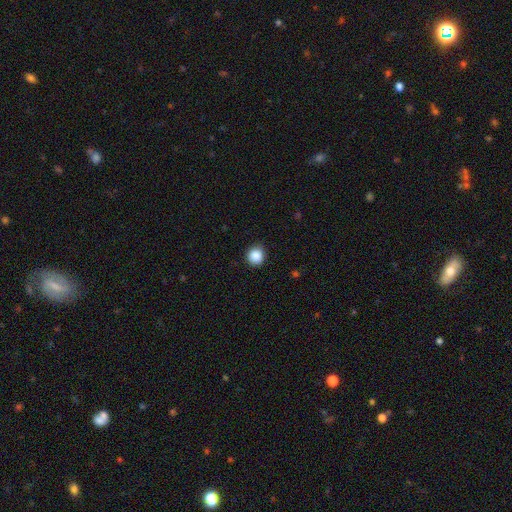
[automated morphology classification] This is clearly a smooth galaxy (88%). How rounded: clearly round (91%). Merging: clearly none (88%).